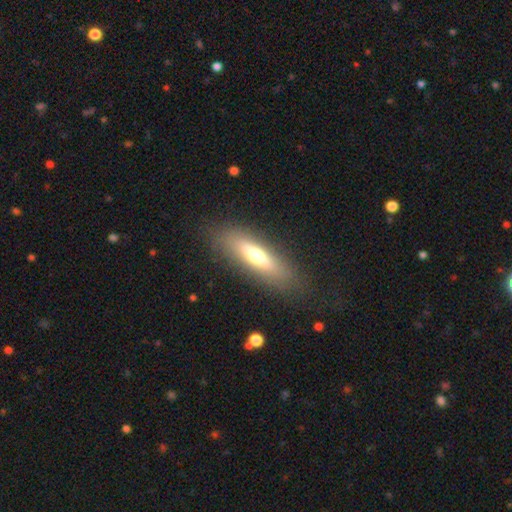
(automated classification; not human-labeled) This is likely a smooth galaxy (60%). How rounded: possibly cigar-shaped (54%). Merging: clearly none (83%).